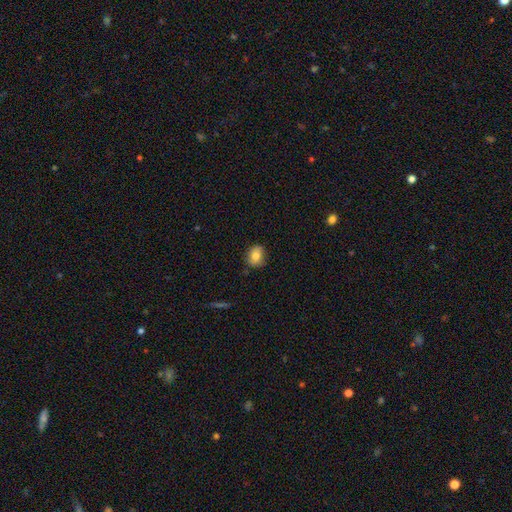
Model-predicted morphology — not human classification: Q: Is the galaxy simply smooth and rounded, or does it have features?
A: smooth — 79%.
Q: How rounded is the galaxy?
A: round — 55%.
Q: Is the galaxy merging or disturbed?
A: none — 78%.